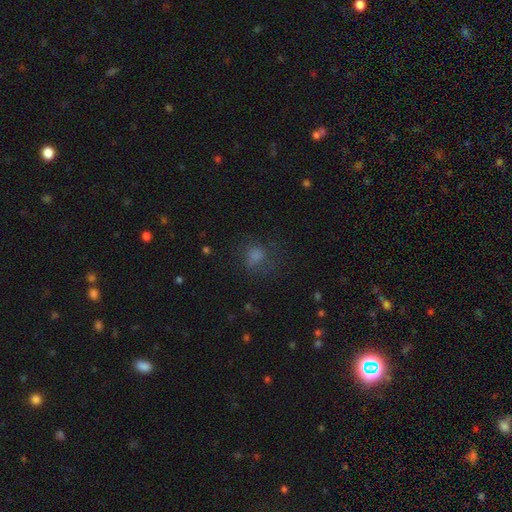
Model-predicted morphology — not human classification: This is possibly a smooth galaxy (59%). How rounded: likely round (72%). Merging: possibly none (59%).